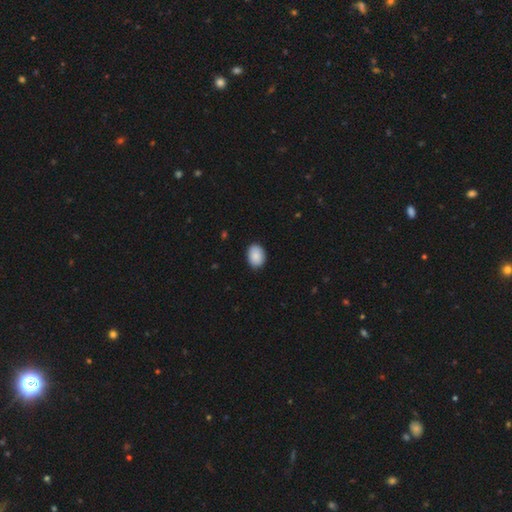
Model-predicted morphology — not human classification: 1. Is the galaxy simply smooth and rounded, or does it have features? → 90% smooth, 7% star or artifact, 3% featured or disk.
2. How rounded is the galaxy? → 77% in between, 22% round, 1% cigar-shaped.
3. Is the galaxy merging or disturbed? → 88% none, 9% minor disturbance, 2% major disturbance, 1% merger.